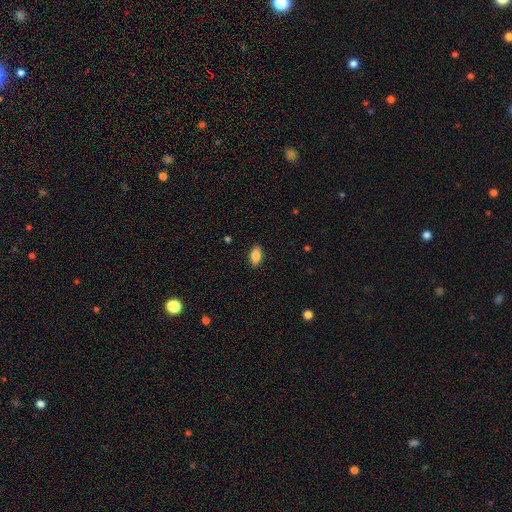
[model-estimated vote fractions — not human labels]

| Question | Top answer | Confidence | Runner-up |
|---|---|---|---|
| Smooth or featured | smooth | 82% | featured or disk (10%) |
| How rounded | in between | 90% | cigar-shaped (6%) |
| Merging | none | 89% | minor disturbance (8%) |